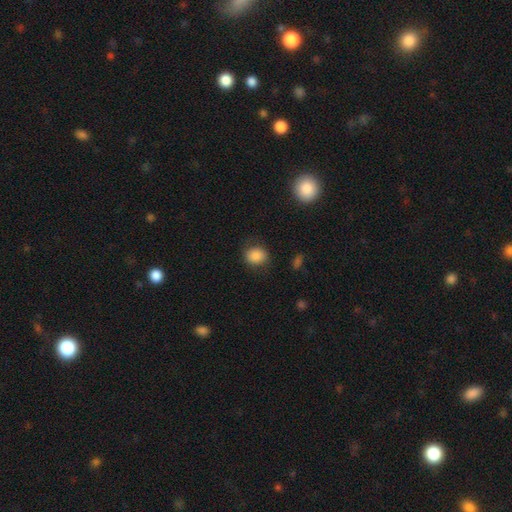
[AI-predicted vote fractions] smooth 86%, star or artifact 9%, featured or disk 5%. Down the decision tree: how rounded — round (64%); merging — none (79%).